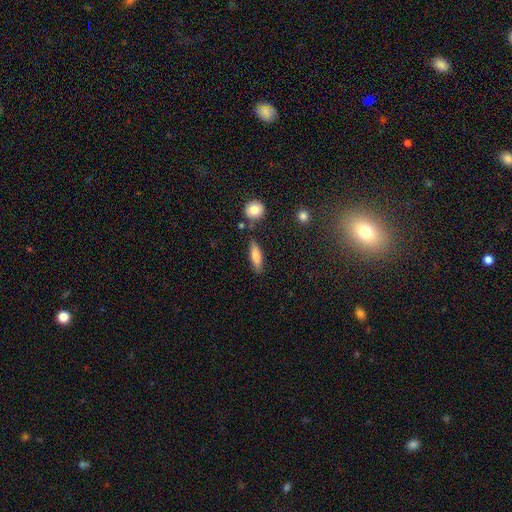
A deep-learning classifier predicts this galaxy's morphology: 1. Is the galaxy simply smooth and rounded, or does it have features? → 77% smooth, 16% featured or disk, 7% star or artifact.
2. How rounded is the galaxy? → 54% cigar-shaped, 43% in between, 3% round.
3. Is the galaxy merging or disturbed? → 78% none, 13% minor disturbance, 5% merger, 3% major disturbance.